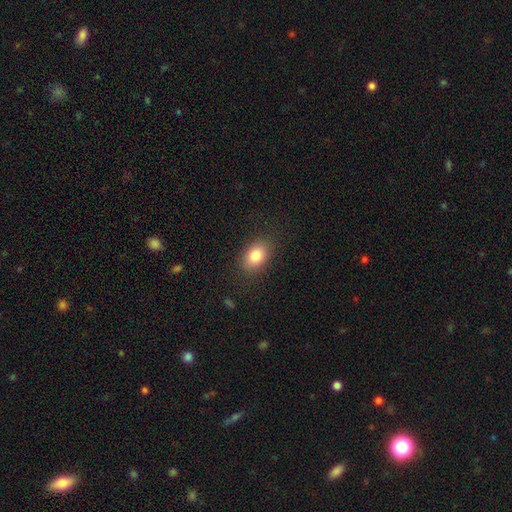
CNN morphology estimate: Smooth or featured?
  - smooth: 83% *
  - featured or disk: 8%
  - star or artifact: 8%
How rounded?
  - in between: 82% *
  - round: 17%
  - cigar-shaped: 1%
Merging?
  - none: 85% *
  - minor disturbance: 10%
  - major disturbance: 4%
  - merger: 1%